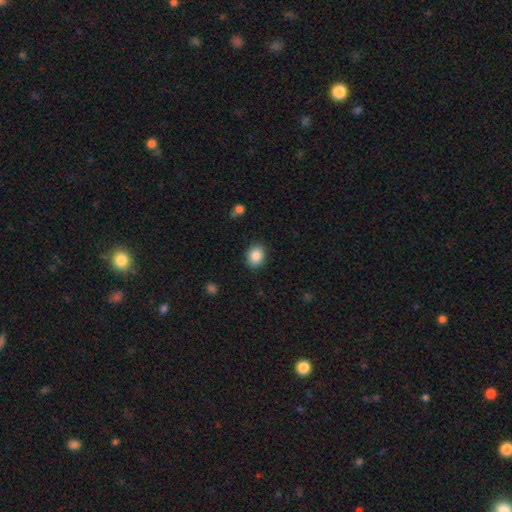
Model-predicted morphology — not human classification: This is clearly a smooth galaxy (88%). How rounded: possibly in between (52%). Merging: clearly none (88%).